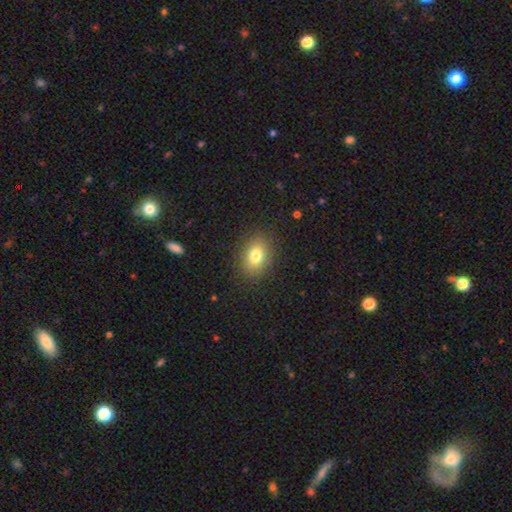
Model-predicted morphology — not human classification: This is likely a smooth galaxy (79%). How rounded: likely in between (68%). Merging: clearly none (87%).